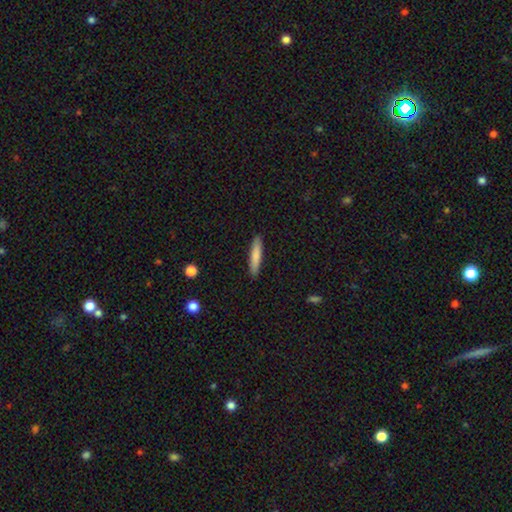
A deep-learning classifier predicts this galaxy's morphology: A smooth galaxy with no disk features (81%) that is cigar-shaped (88%). Merging: none (90%).